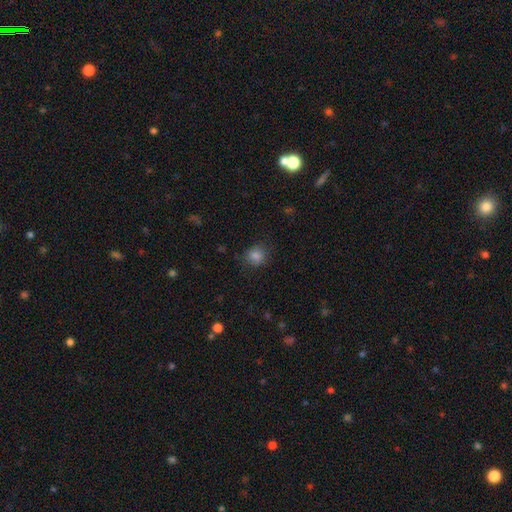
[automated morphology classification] This appears to be a smooth galaxy with no disk features (83%) that is round (79%). Merging: none (81%).